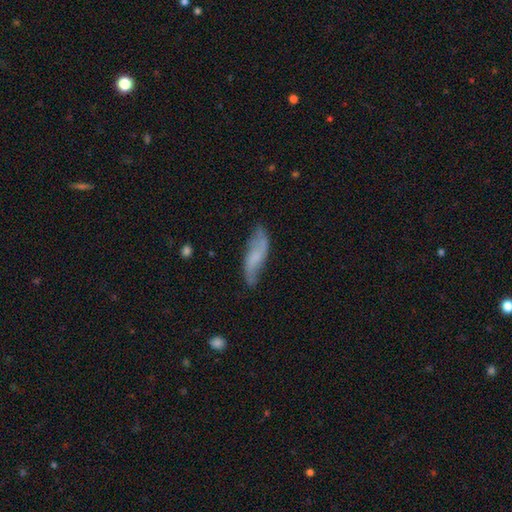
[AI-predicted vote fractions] This appears to be a featured or disk galaxy (49%). Merging: none (68%).